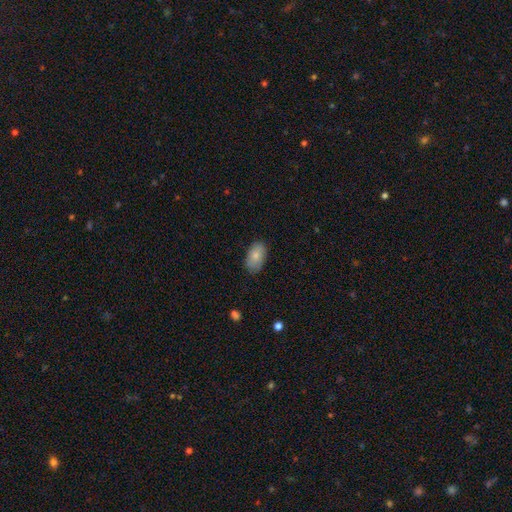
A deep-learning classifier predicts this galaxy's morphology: smooth 82%, featured or disk 11%, star or artifact 7%. Down the decision tree: how rounded — in between (92%); merging — none (81%).